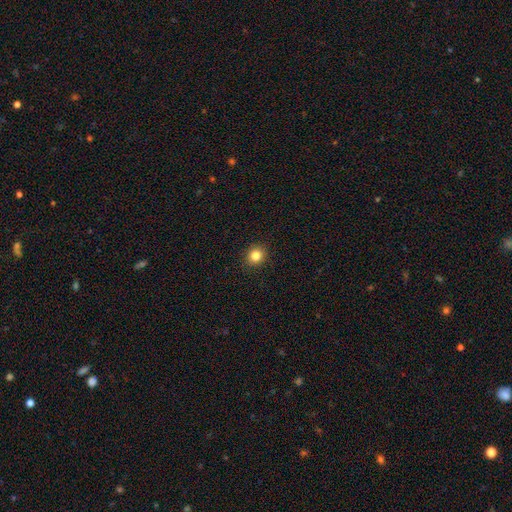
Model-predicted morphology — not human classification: smooth-or-featured: smooth: 84% | star or artifact: 11% | featured or disk: 5%
  how-rounded: round: 84% | in between: 15% | cigar-shaped: 1%
  merging: none: 92% | minor disturbance: 6% | major disturbance: 2% | merger: 1%